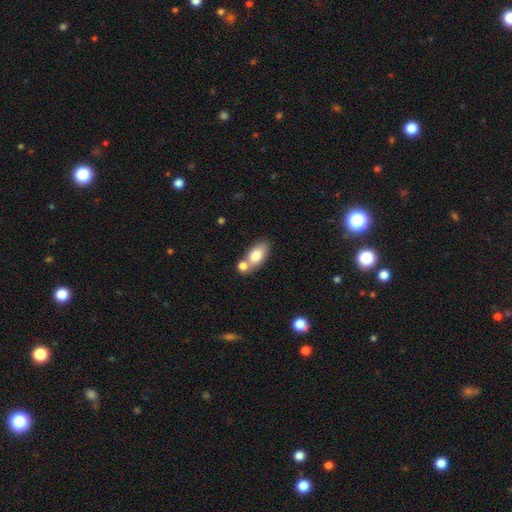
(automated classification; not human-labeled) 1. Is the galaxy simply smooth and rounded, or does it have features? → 78% smooth, 15% featured or disk, 7% star or artifact.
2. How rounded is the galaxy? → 87% in between, 8% round, 5% cigar-shaped.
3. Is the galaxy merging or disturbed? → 46% none, 38% merger, 12% minor disturbance, 4% major disturbance.